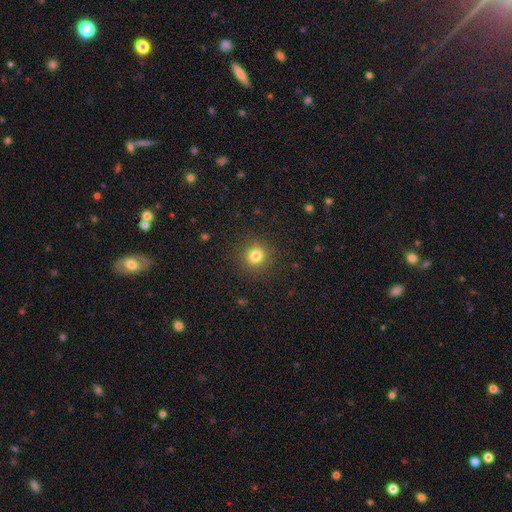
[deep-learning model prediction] Smooth or featured: smooth — 81% (star or artifact — 13%)
How rounded: round — 86% (in between — 14%)
Merging: none — 89% (minor disturbance — 7%)